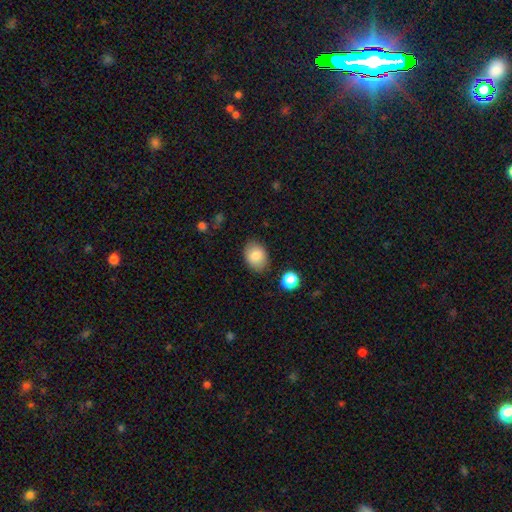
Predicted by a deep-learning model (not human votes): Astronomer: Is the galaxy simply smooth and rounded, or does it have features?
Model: smooth — 84%.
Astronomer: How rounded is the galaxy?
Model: in between — 73%.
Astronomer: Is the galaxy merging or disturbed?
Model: none — 84%.